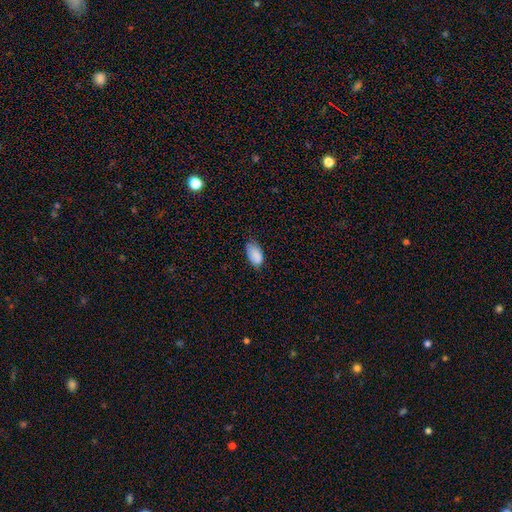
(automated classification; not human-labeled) Morphology: type=smooth (86%); roundness=in between (94%); merging=none (57%).